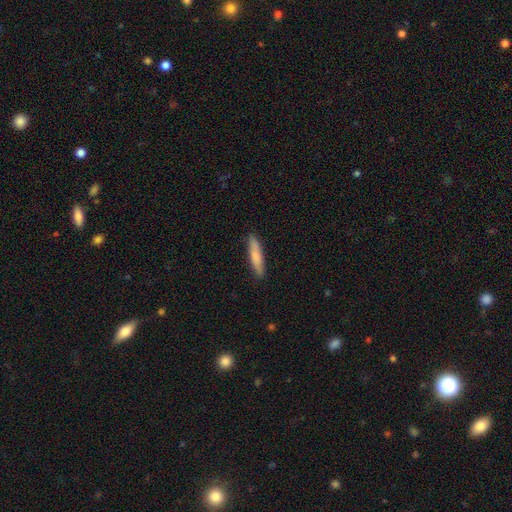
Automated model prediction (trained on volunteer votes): Smooth or featured: smooth — 78% (featured or disk — 17%)
How rounded: cigar-shaped — 86% (in between — 12%)
Merging: none — 88% (minor disturbance — 9%)